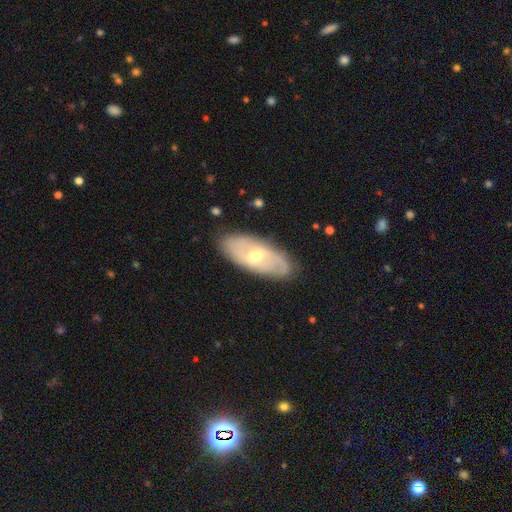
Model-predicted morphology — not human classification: Smooth or featured?
  - featured or disk: 66% *
  - smooth: 28%
  - star or artifact: 6%
Edge-on disk?
  - no: 87% *
  - yes: 13%
Bar?
  - weak: 49% *
  - no: 37%
  - strong: 14%
Spiral arms?
  - yes: 73% *
  - no: 27%
Bulge size?
  - moderate: 61% *
  - small: 34%
  - large: 3%
  - none: 1%
  - dominant: 1%
Merging?
  - none: 80% *
  - minor disturbance: 15%
  - major disturbance: 4%
  - merger: 1%